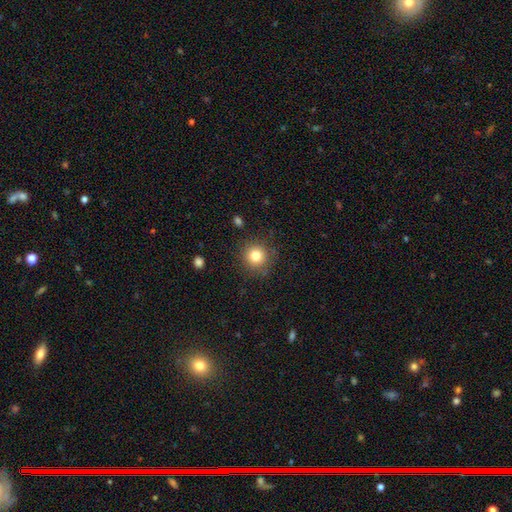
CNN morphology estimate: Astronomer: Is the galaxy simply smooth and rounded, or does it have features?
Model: smooth — 81%.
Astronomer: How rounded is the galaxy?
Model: round — 93%.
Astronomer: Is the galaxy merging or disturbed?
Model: none — 86%.